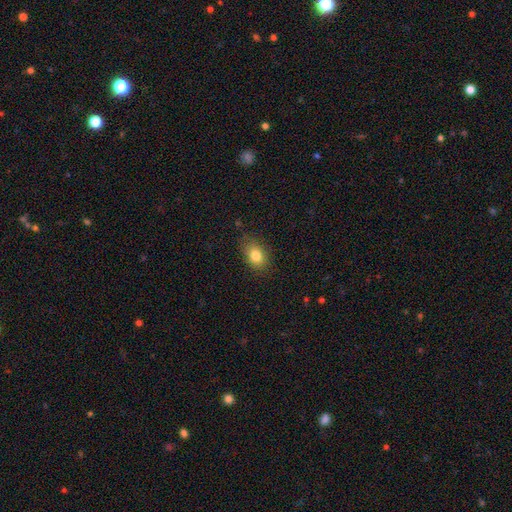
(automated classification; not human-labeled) Q: Smooth or featured?
A: smooth (82%); runner-up: star or artifact (9%)
Q: How rounded?
A: in between (78%); runner-up: round (21%)
Q: Merging?
A: none (77%); runner-up: minor disturbance (17%)